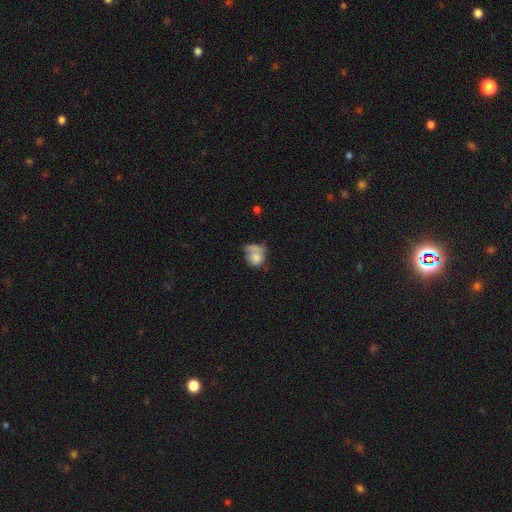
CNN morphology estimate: A smooth galaxy with no disk features (73%) that is round (71%). Merging: none (35%).